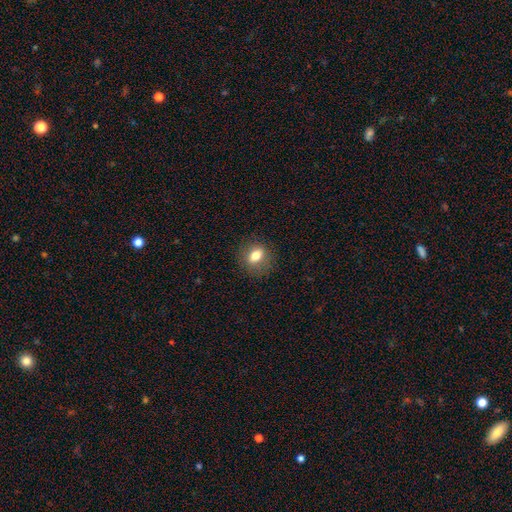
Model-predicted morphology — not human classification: The model was most divided on "how rounded": in between: 50%, round: 48%, cigar-shaped: 2%. More confident: merging — none (84%); smooth or featured — smooth (74%).